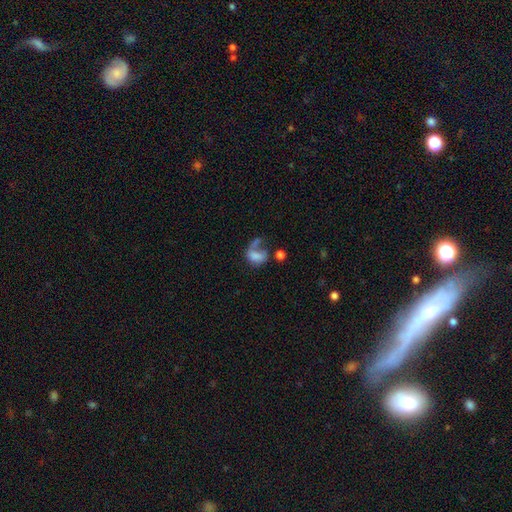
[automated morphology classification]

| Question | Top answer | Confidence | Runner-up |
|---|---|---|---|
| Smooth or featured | smooth | 59% | featured or disk (29%) |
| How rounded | in between | 75% | round (22%) |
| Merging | major disturbance | 39% | merger (26%) |